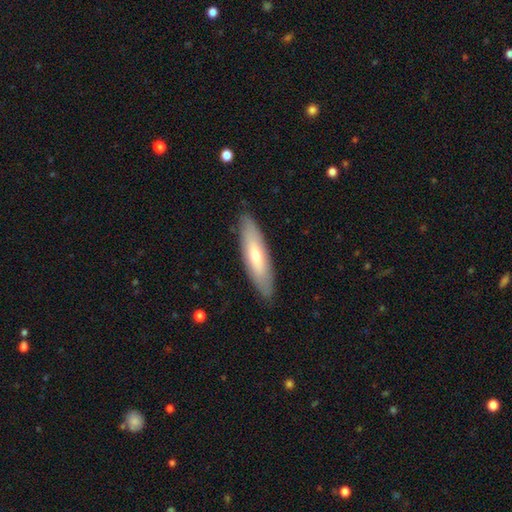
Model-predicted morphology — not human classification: The model was most divided on "smooth or featured": smooth: 58%, featured or disk: 37%, star or artifact: 5%. More confident: merging — none (87%); how rounded — cigar-shaped (61%).